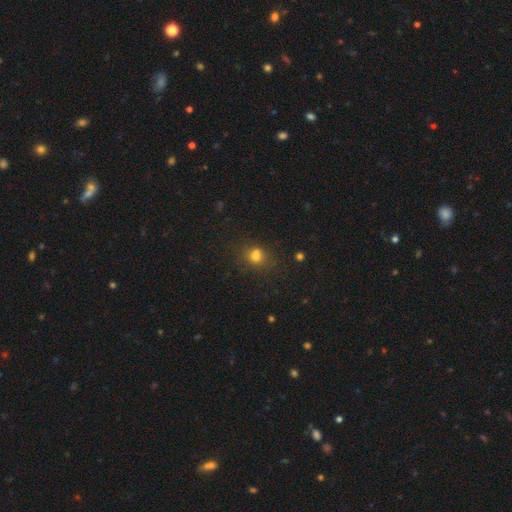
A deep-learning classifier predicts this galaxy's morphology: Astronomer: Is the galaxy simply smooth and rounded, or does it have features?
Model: smooth — 72%.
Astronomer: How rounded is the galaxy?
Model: round — 69%.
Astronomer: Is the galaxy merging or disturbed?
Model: none — 51% (runner-up: merger, 31%).